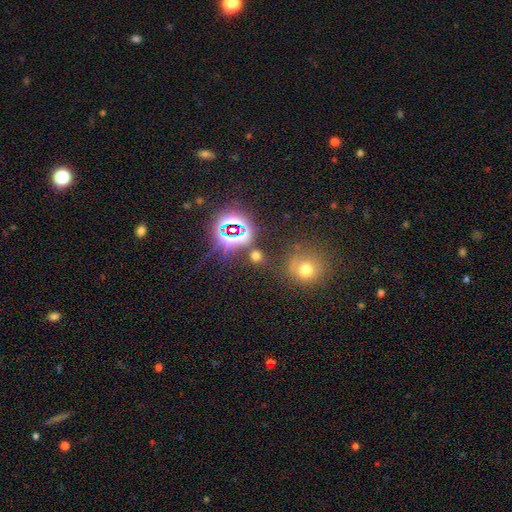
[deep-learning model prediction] A star or artifact, not a galaxy (46%, tied with smooth).

Vote fractions:
- Smooth or featured? star or artifact: 46% (tied) / smooth: 46% (tied) / featured or disk: 8%